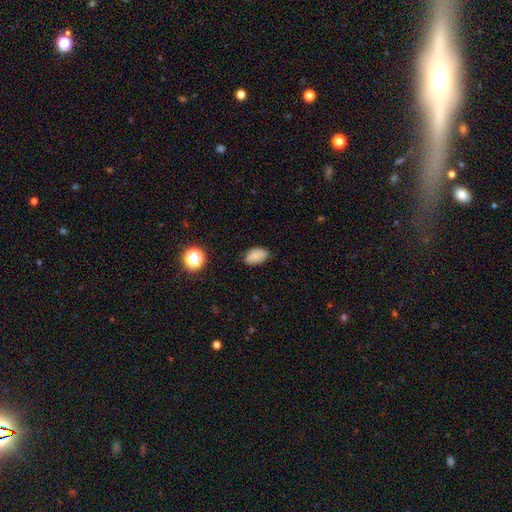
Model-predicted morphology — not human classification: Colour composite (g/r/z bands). It shows a smooth galaxy with no disk features (80%) that is in between round and cigar-shaped (90%). Merging: none (74%).